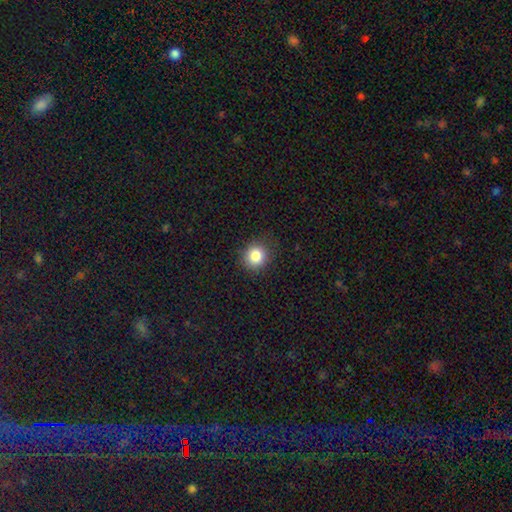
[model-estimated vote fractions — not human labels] This is clearly a smooth galaxy (84%). How rounded: clearly round (86%). Merging: clearly none (88%).